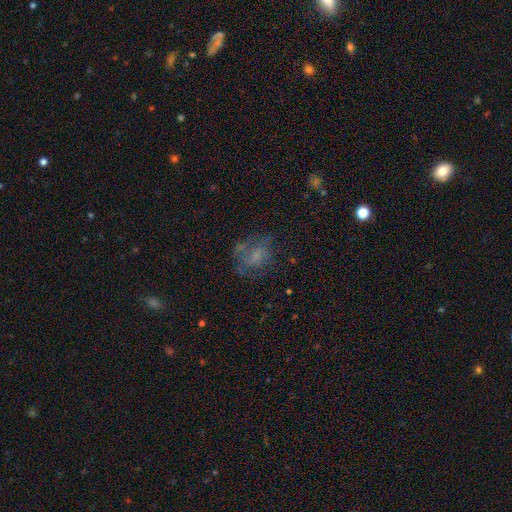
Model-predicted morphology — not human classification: A smooth galaxy with no disk features (43%). Merging: none (49%).